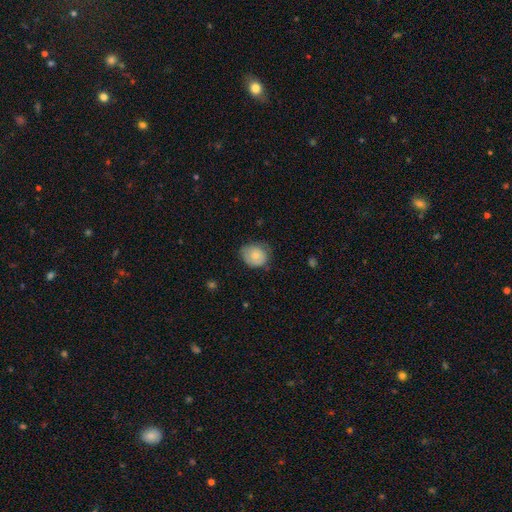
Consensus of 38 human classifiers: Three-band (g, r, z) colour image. It shows a smooth galaxy with no disk features (68%) that is round (69%). Merging: none (62%).